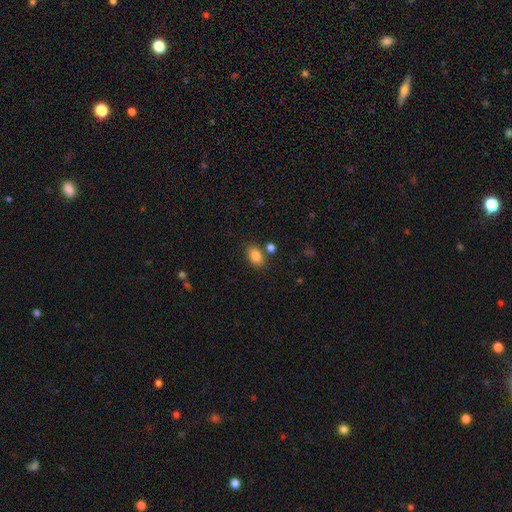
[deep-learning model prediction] smooth 85%, star or artifact 9%, featured or disk 6%. Down the decision tree: how rounded — in between (83%); merging — none (73%).